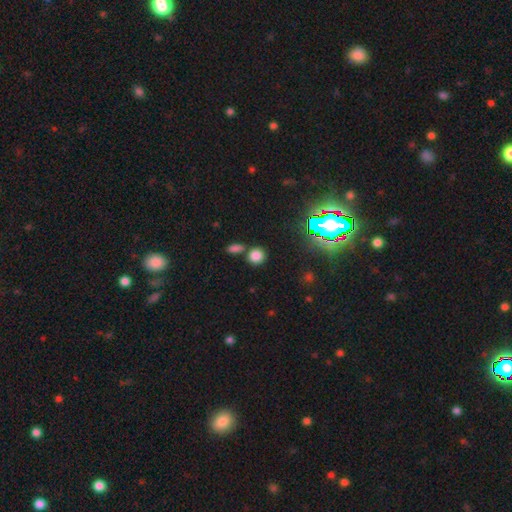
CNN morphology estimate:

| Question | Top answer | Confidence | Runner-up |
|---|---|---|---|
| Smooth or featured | smooth | 77% | star or artifact (17%) |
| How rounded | round | 86% | in between (13%) |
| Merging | none | 67% | merger (21%) |